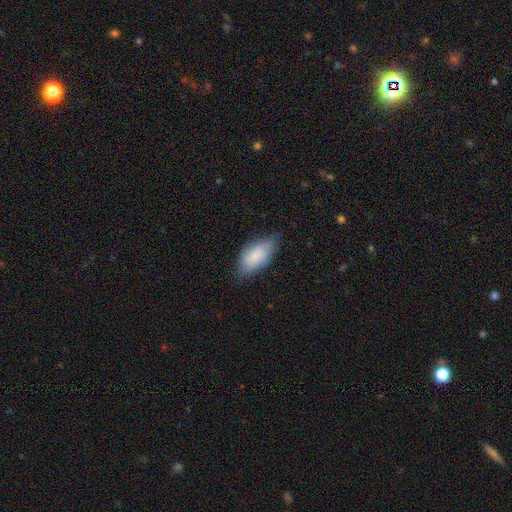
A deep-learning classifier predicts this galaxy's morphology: type=smooth (74%); roundness=in between (90%); merging=none (68%).